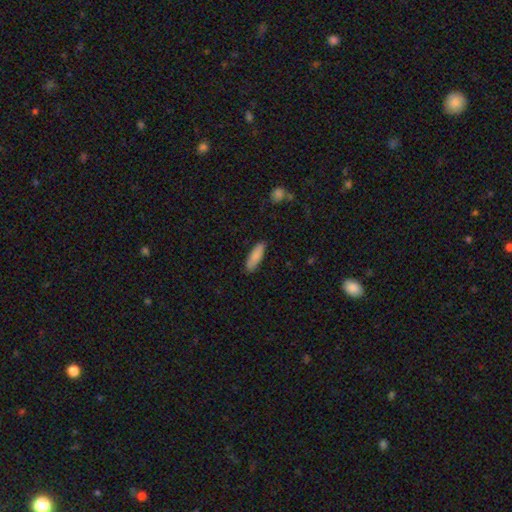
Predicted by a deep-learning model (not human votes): smooth-or-featured: smooth: 86% | featured or disk: 8% | star or artifact: 6%
  how-rounded: cigar-shaped: 50% | in between: 48% | round: 2%
  merging: none: 87% | minor disturbance: 10% | major disturbance: 2% | merger: 1%